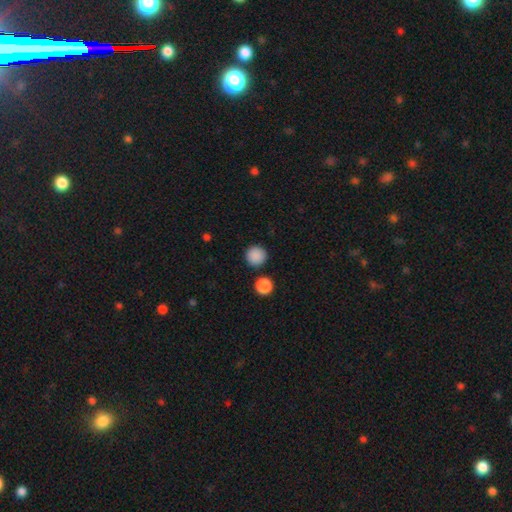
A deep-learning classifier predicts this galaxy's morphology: smooth 88%, star or artifact 10%, featured or disk 3%. Down the decision tree: how rounded — round (95%); merging — none (89%).